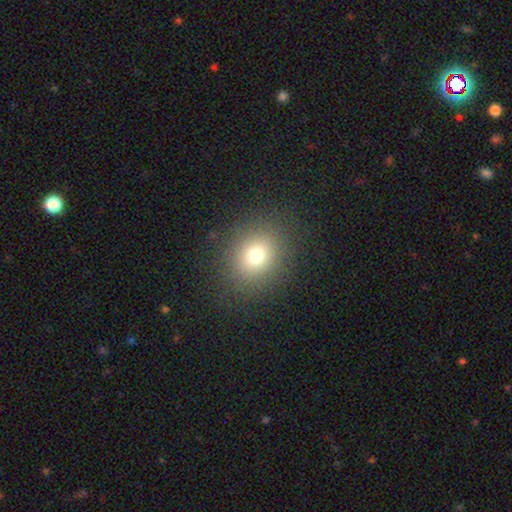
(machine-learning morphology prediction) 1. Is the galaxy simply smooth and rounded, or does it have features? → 72% smooth, 17% star or artifact, 11% featured or disk.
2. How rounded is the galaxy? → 73% round, 26% in between, 1% cigar-shaped.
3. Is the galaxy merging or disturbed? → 86% none, 8% minor disturbance, 5% major disturbance, 1% merger.